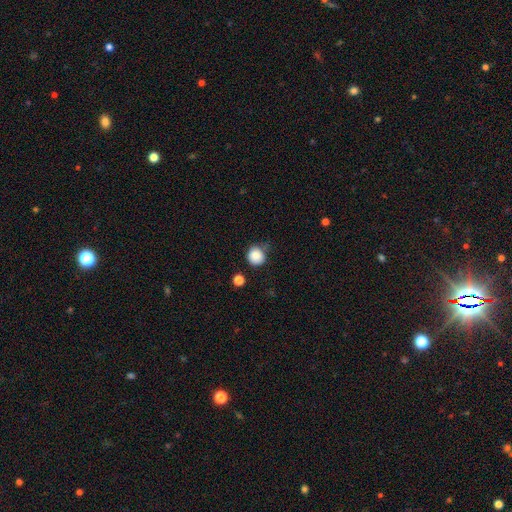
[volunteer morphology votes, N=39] This appears to be a smooth galaxy with no disk features (82%) that is round (94%). Merging: none (42%, tied with minor disturbance).